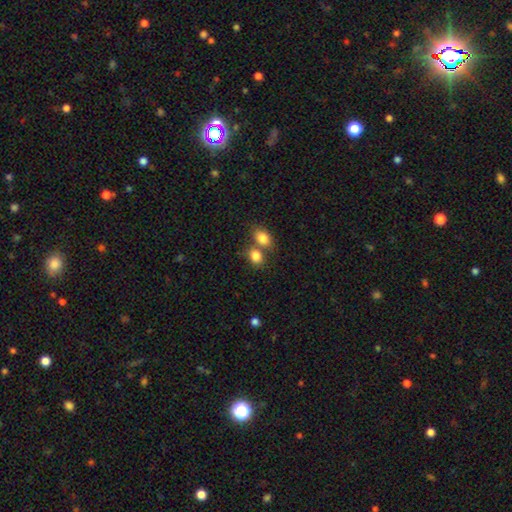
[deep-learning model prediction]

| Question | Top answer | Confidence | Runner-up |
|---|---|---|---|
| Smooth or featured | smooth | 83% | star or artifact (10%) |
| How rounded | in between | 58% | round (41%) |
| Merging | merger | 46% | none (42%) |